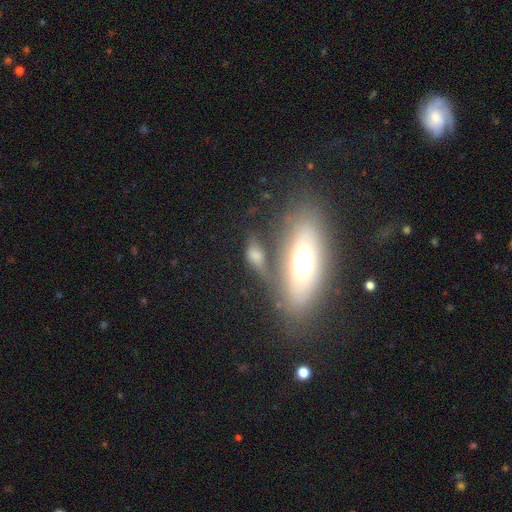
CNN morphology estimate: smooth 53%, featured or disk 32%, star or artifact 15%. Down the decision tree: how rounded — in between (77%); merging — none (39%).